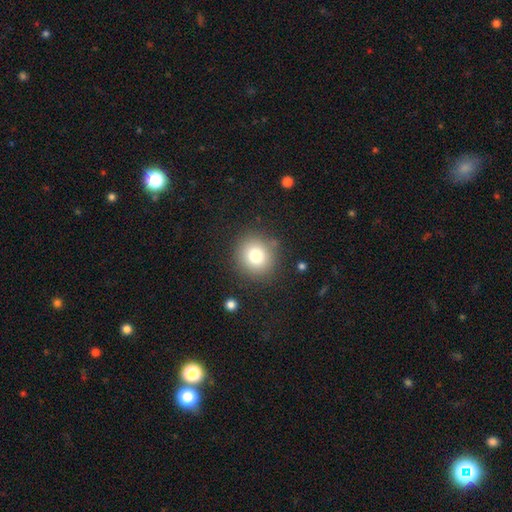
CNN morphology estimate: A smooth galaxy with no disk features (78%) that is round (88%). Merging: none (86%).